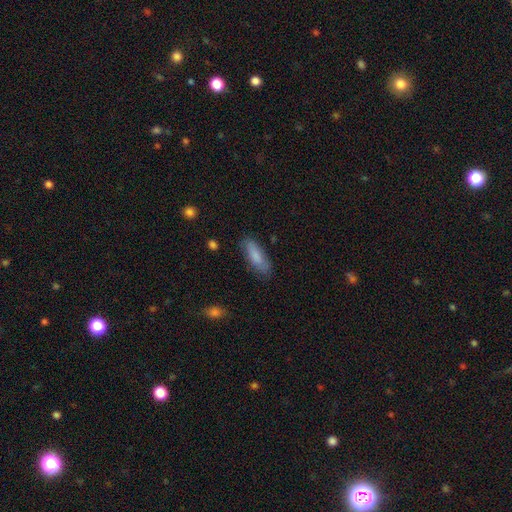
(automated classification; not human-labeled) Q: Smooth or featured?
A: smooth (80%); runner-up: featured or disk (13%)
Q: How rounded?
A: in between (60%); runner-up: cigar-shaped (38%)
Q: Merging?
A: none (75%); runner-up: minor disturbance (19%)